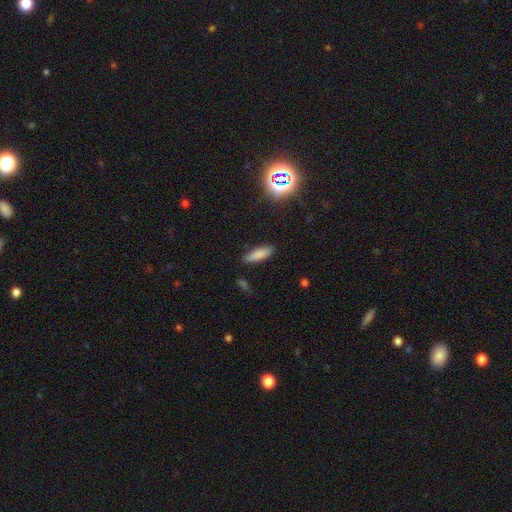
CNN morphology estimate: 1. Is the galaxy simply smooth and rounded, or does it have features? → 76% smooth, 13% star or artifact, 11% featured or disk.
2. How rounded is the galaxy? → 57% cigar-shaped, 41% in between, 2% round.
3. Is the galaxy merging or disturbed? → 86% none, 10% minor disturbance, 3% major disturbance, 2% merger.